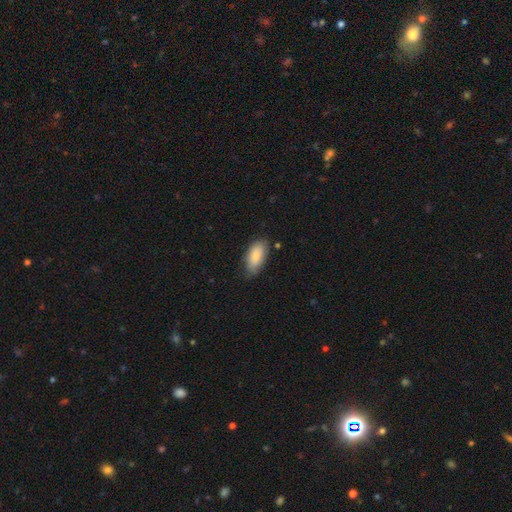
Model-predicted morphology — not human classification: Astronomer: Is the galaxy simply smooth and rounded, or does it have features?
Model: smooth — 84%.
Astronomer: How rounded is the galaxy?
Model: in between — 91%.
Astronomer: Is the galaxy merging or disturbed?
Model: none — 72%.